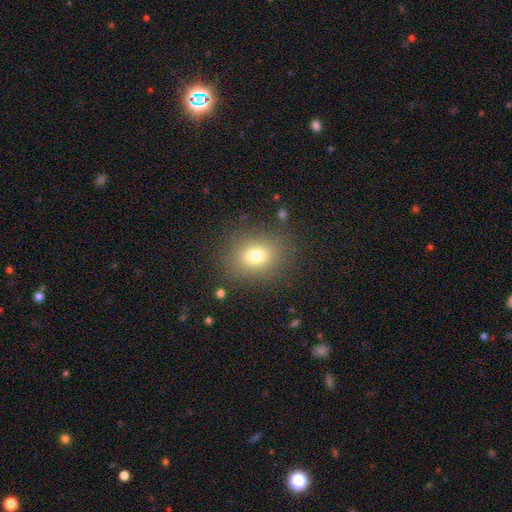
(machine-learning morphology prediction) The model was most divided on "how rounded": in between: 58%, round: 41%, cigar-shaped: 2%. More confident: merging — none (84%); smooth or featured — smooth (74%).